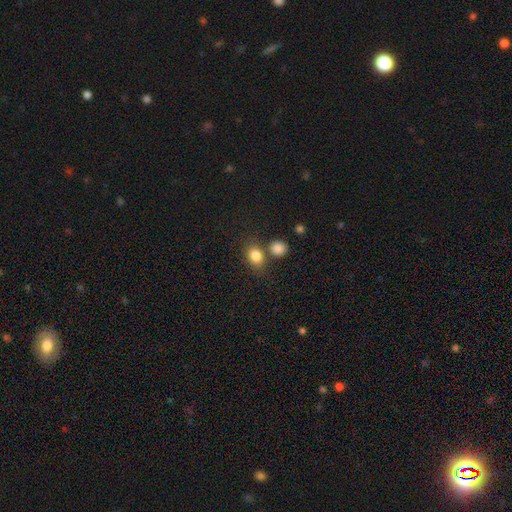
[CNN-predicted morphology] The model was most divided on "how rounded": in between: 53%, round: 46%, cigar-shaped: 1%. More confident: smooth or featured — smooth (83%); merging — none (62%).